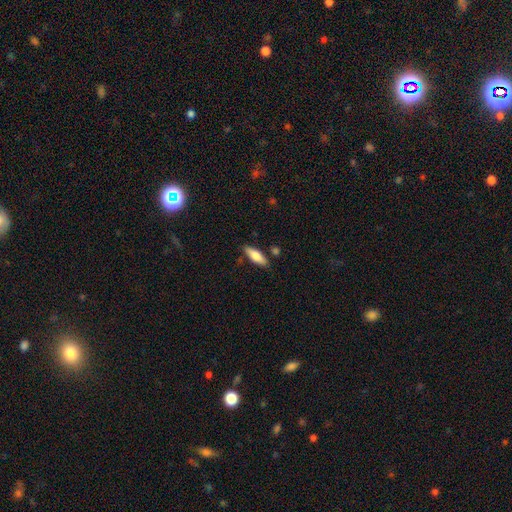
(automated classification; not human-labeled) Morphology: type=smooth (71%); roundness=in between (58%); merging=none (81%).